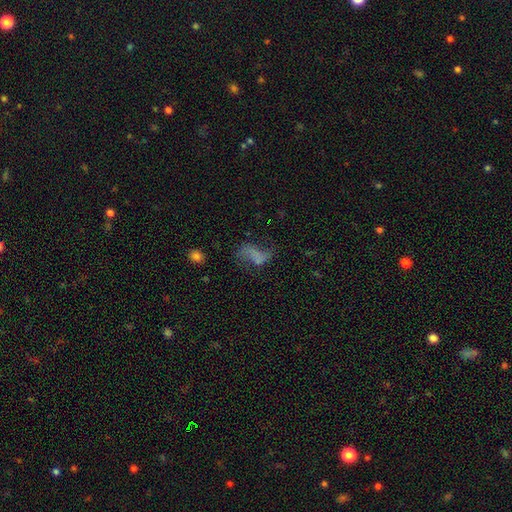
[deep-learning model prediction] smooth-or-featured: featured or disk: 43% | smooth: 40% | star or artifact: 18%
  merging: none: 37% | major disturbance: 33% | minor disturbance: 20% | merger: 10%